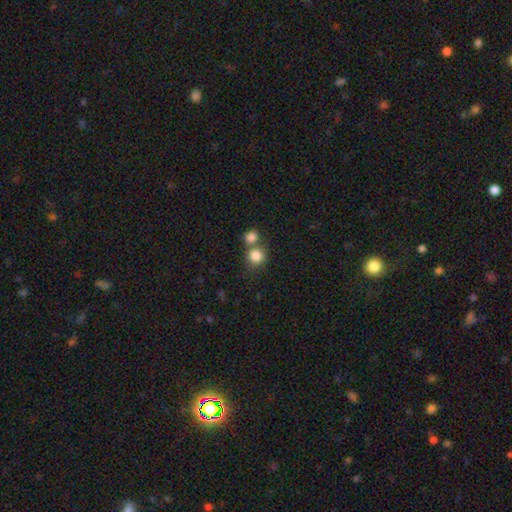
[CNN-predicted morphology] This is clearly a smooth galaxy (83%). How rounded: clearly round (86%). Merging: possibly none (50%).